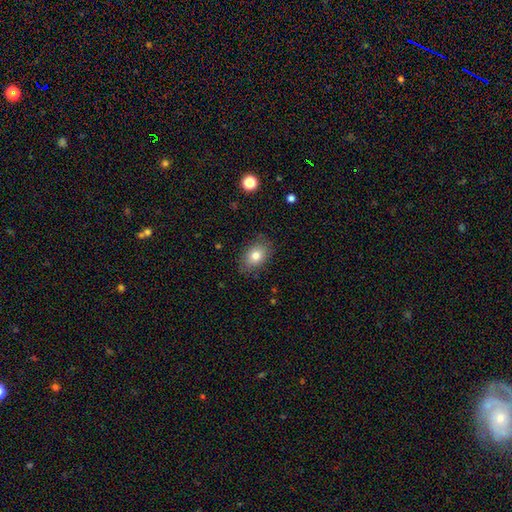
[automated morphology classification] This appears to be a smooth galaxy with no disk features (80%) that is in between round and cigar-shaped (79%). Merging: none (83%).